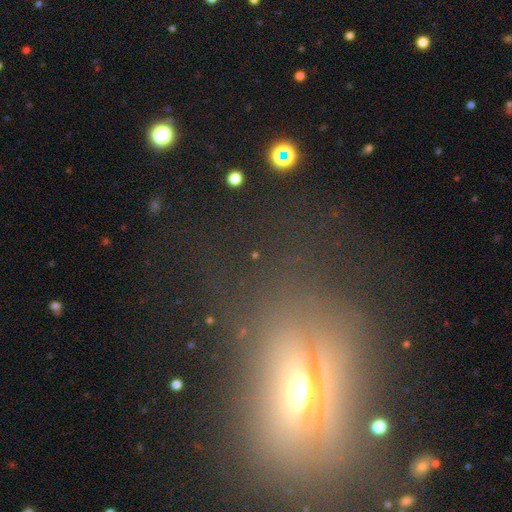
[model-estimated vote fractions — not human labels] Smooth or featured? Predicted: star or artifact (p=0.37).